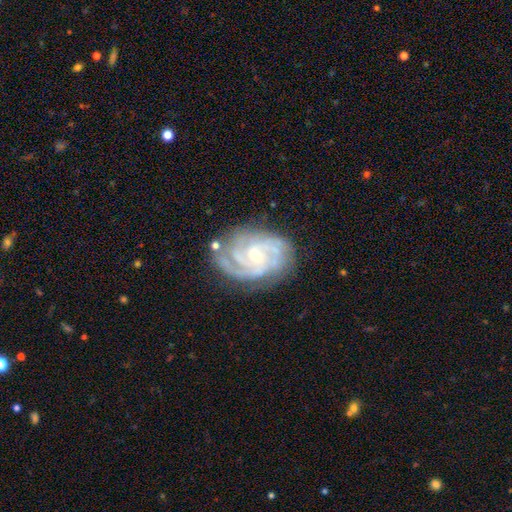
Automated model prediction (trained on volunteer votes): smooth-or-featured: featured or disk: 89% | smooth: 5% | star or artifact: 5%
  disk-edge-on: no: 98% | yes: 2%
    bar: no: 47% | weak: 43% | strong: 10%
    has-spiral-arms: yes: 98% | no: 2%
      spiral-winding: tight: 64% | medium: 31% | loose: 5%
      spiral-arm-count: 3: 34% | 4: 21% | 2: 18% | can't tell: 17% | more than 4: 6% | 1: 5%
    bulge-size: small: 60% | moderate: 36% | none: 2% | large: 1% | dominant: 1%
  merging: none: 72% | minor disturbance: 19% | major disturbance: 7% | merger: 2%